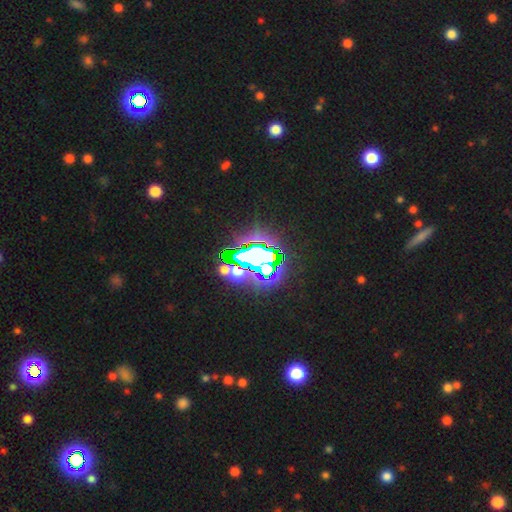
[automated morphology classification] Smooth or featured? Predicted: star or artifact (p=0.75).